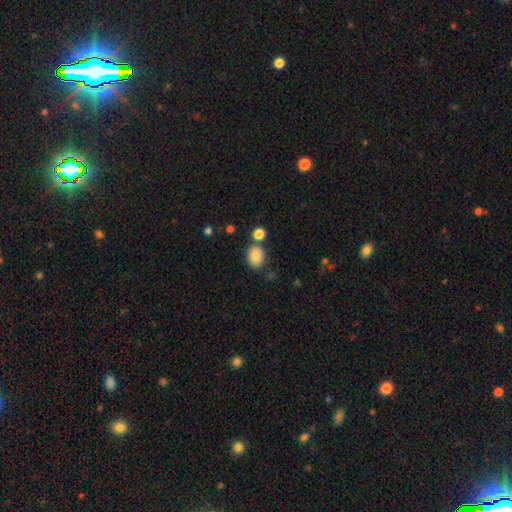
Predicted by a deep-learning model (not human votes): Smooth or featured: smooth — 86% (star or artifact — 9%)
How rounded: in between — 58% (round — 41%)
Merging: none — 70% (minor disturbance — 14%)